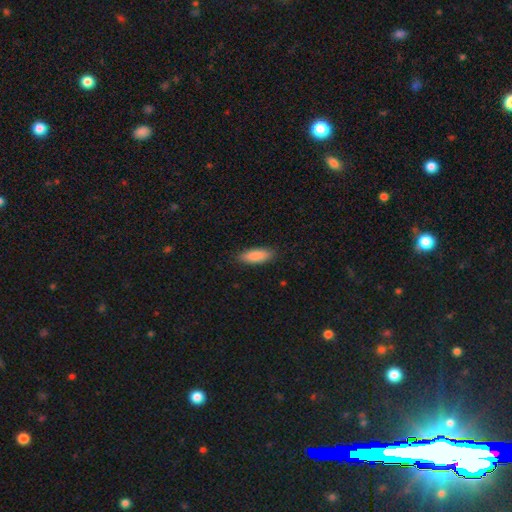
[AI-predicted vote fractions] Overall: smooth (89%). How rounded: in between (67%; cigar-shaped 31%). Merging: none (87%).